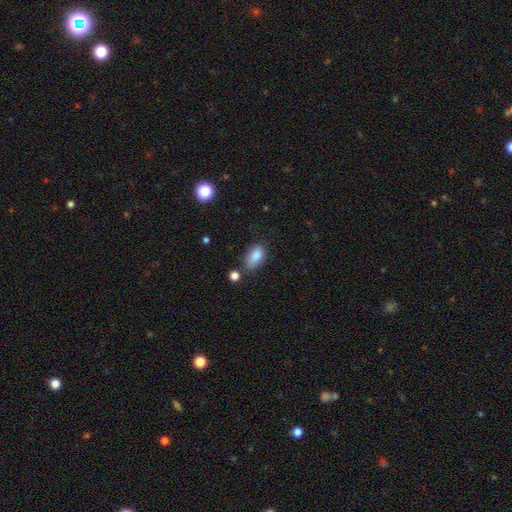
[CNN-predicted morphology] Smooth or featured? smooth (84%)
How rounded? in between (89%)
Merging? none (55%)